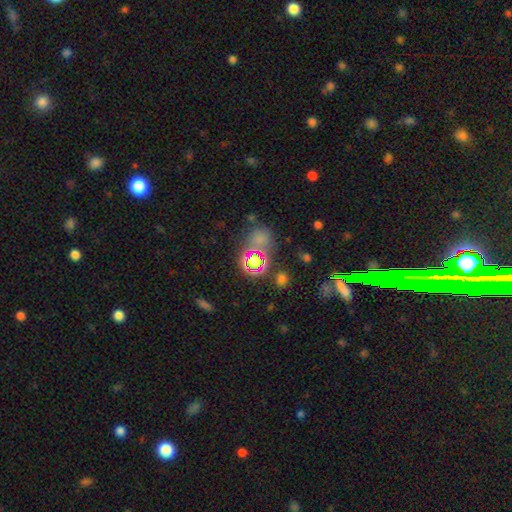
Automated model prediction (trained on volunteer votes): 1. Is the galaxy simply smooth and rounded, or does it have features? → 58% star or artifact, 24% smooth, 17% featured or disk.